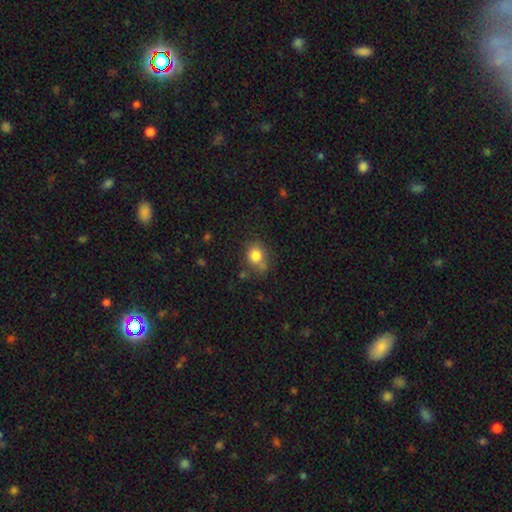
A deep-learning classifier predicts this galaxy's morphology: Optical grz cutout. It shows a smooth galaxy with no disk features (82%) that is round (71%). Merging: none (61%).